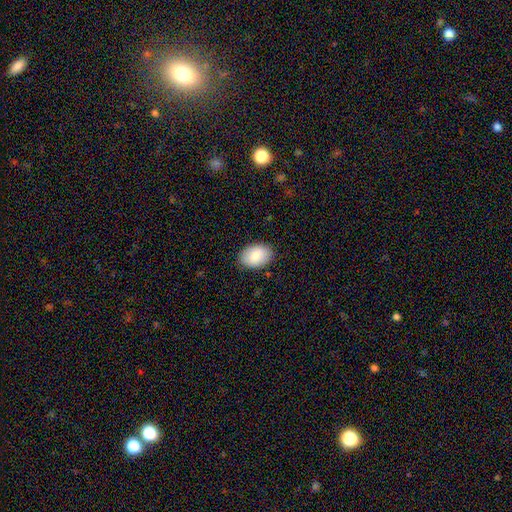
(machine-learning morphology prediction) A smooth galaxy with no disk features (84%) that is in between round and cigar-shaped (86%). Merging: none (88%).